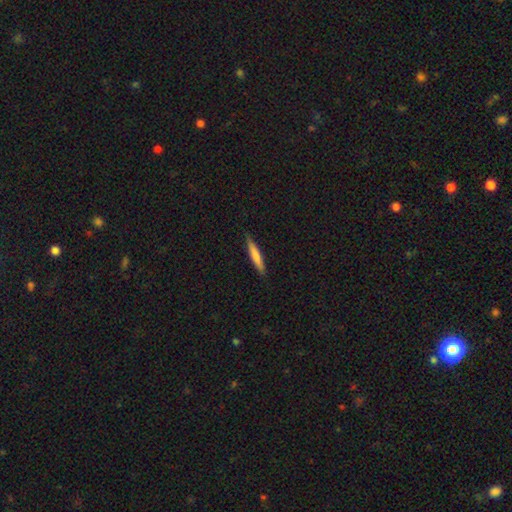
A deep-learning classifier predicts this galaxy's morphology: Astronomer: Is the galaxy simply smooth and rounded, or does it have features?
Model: smooth — 69%.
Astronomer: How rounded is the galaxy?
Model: cigar-shaped — 93%.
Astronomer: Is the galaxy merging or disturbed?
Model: none — 86%.